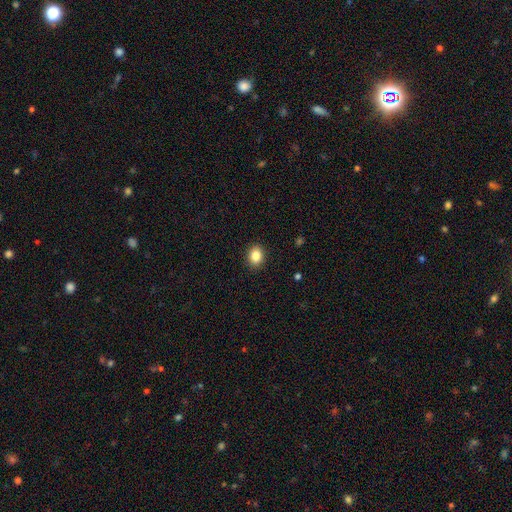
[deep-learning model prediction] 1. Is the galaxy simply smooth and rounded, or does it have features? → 86% smooth, 9% star or artifact, 5% featured or disk.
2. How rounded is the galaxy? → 53% in between, 46% round, 1% cigar-shaped.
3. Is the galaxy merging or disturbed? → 90% none, 7% minor disturbance, 2% major disturbance, 1% merger.